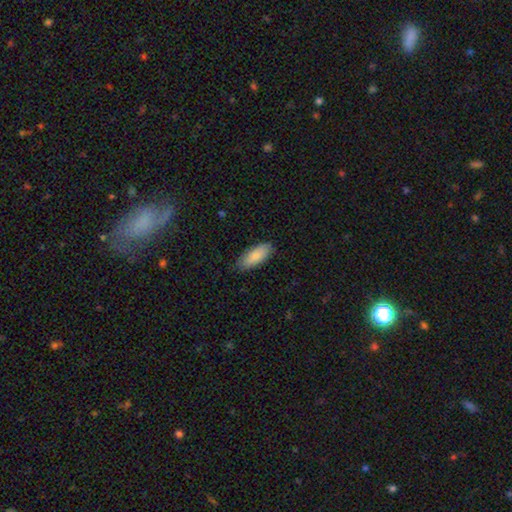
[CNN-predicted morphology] Smooth or featured? smooth (86%)
How rounded? in between (80%)
Merging? none (83%)